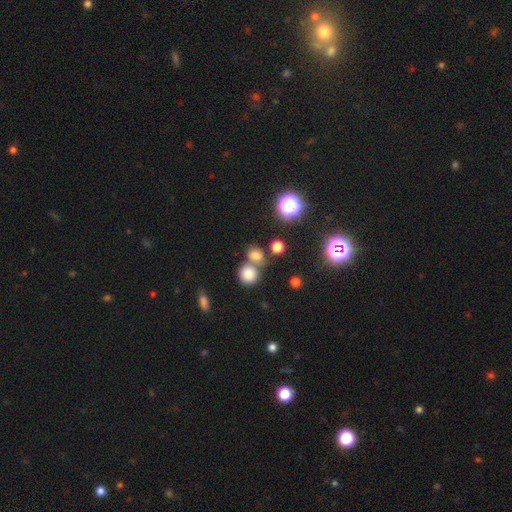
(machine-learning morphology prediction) Smooth or featured? Predicted: smooth (p=0.72). How rounded? Predicted: round (p=0.66). Merging? Predicted: none (p=0.49).